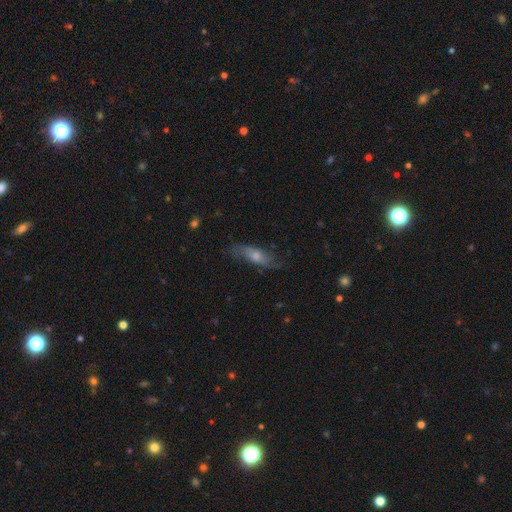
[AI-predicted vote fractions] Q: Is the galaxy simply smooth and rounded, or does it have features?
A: smooth — 47%.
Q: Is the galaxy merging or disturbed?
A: none — 67%.